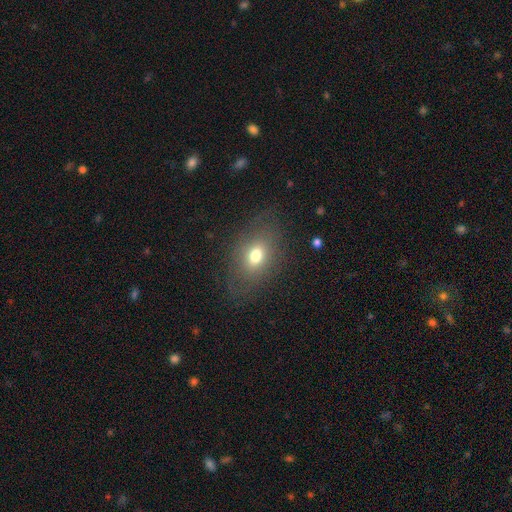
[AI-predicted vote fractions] A smooth galaxy with no disk features (68%) that is in between round and cigar-shaped (77%). Merging: none (76%).